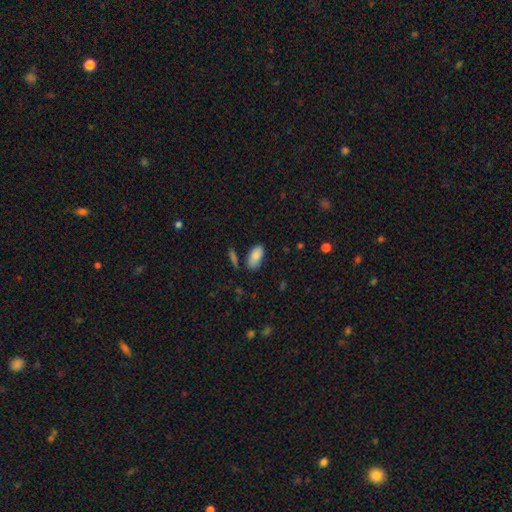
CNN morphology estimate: The model was most divided on "merging": none: 76%, minor disturbance: 17%, merger: 4%, major disturbance: 4%. More confident: how rounded — in between (93%); smooth or featured — smooth (87%).